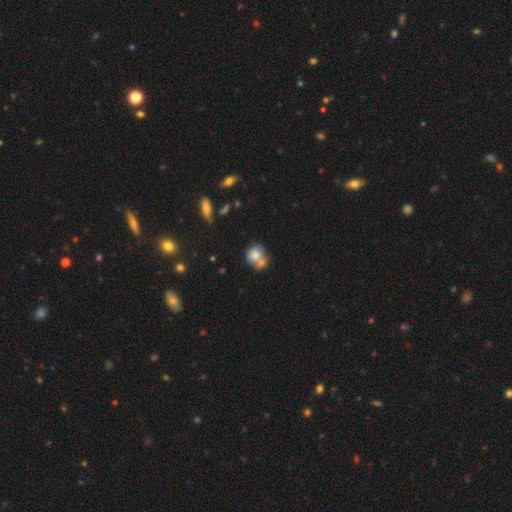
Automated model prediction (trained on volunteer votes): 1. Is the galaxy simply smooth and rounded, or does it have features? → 77% smooth, 15% featured or disk, 9% star or artifact.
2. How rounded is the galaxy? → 74% round, 25% in between, 1% cigar-shaped.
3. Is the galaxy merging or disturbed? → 49% merger, 35% none, 11% minor disturbance, 4% major disturbance.